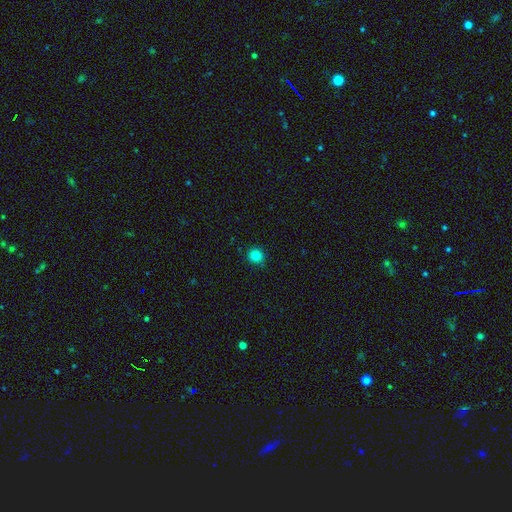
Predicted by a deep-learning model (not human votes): smooth 85%, star or artifact 12%, featured or disk 3%. Down the decision tree: how rounded — round (90%); merging — none (88%).